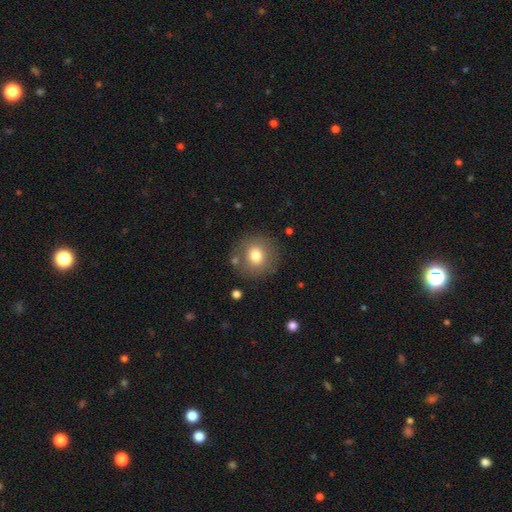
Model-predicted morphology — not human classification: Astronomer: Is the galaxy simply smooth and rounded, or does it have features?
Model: smooth — 76%.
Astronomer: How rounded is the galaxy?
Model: round — 92%.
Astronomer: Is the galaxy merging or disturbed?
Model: none — 83%.